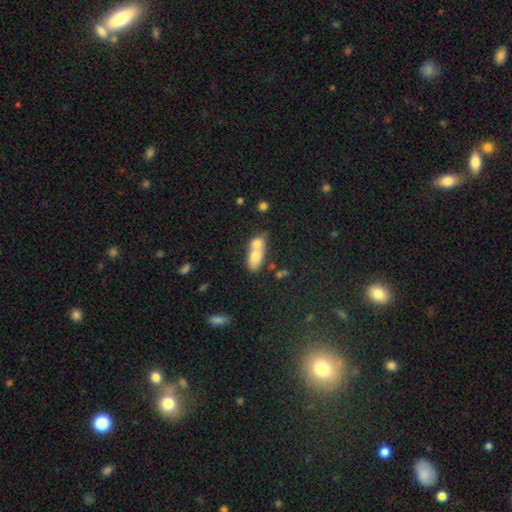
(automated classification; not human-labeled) Smooth or featured?
  - smooth: 69% *
  - featured or disk: 22%
  - star or artifact: 9%
How rounded?
  - in between: 77% *
  - round: 15%
  - cigar-shaped: 8%
Merging?
  - merger: 69% *
  - none: 20%
  - minor disturbance: 7%
  - major disturbance: 4%